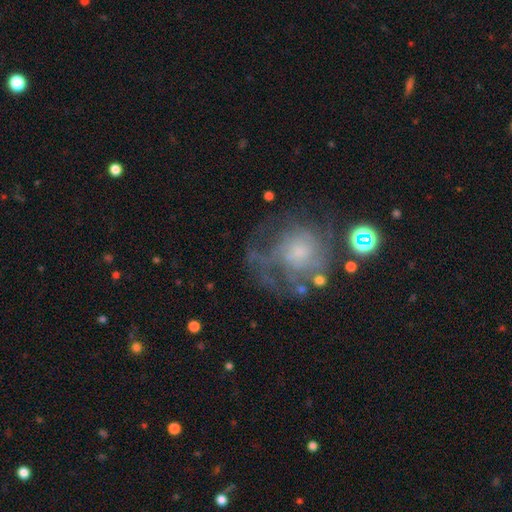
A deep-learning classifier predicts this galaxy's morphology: Overall: featured or disk (53%; smooth 26%). Edge-on disk: no (96%). Bar: no (84%). Spiral arms: yes (52%; no 48%). Bulge size: small (49%; moderate 30%). Merging: none (60%).